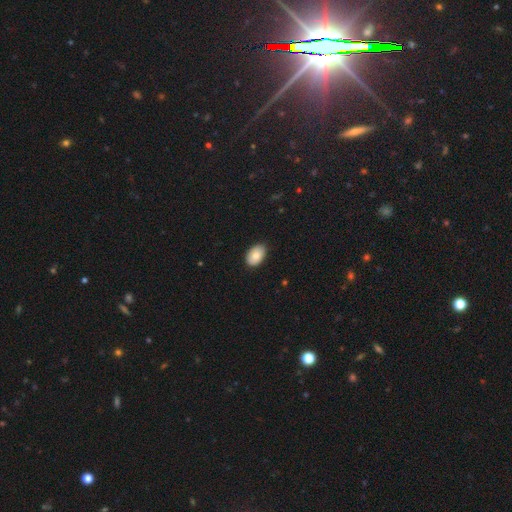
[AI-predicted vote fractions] Q: Smooth or featured?
A: smooth (79%); runner-up: featured or disk (14%)
Q: How rounded?
A: in between (88%); runner-up: round (11%)
Q: Merging?
A: none (84%); runner-up: minor disturbance (13%)